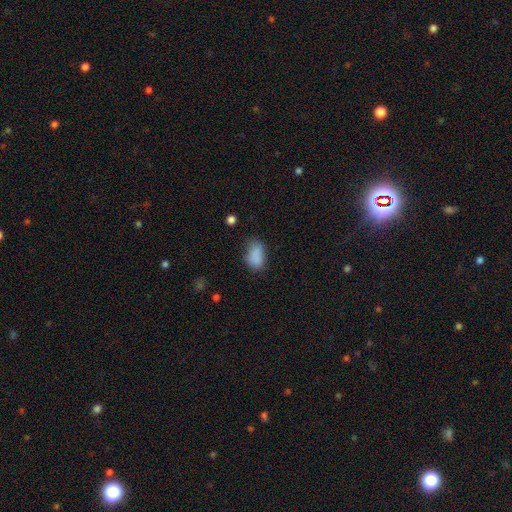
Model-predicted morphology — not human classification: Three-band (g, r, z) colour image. It shows a smooth galaxy with no disk features (84%) that is in between round and cigar-shaped (87%). Merging: none (60%).